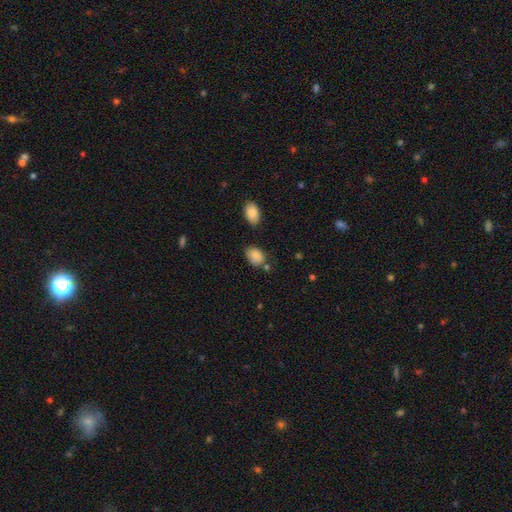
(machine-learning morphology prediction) This appears to be a smooth galaxy with no disk features (84%) that is in between round and cigar-shaped (79%). Merging: none (63%).